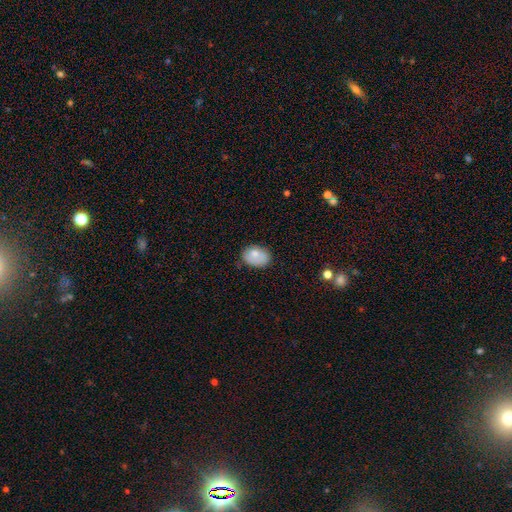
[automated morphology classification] smooth_or_featured: smooth (p=0.78) [alt: featured or disk p=0.14]
how_rounded: in between (p=0.75) [alt: round p=0.24]
merging: none (p=0.68) [alt: minor disturbance p=0.24]